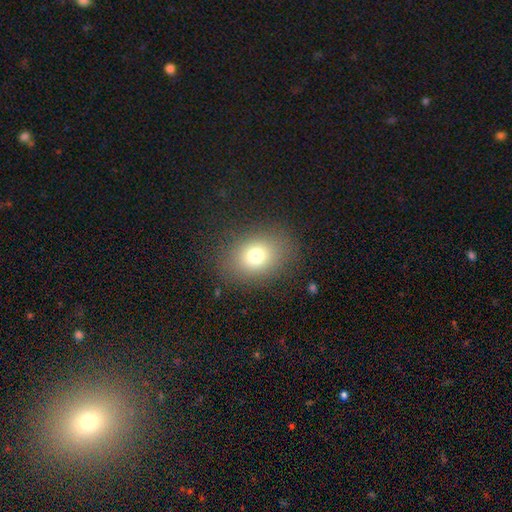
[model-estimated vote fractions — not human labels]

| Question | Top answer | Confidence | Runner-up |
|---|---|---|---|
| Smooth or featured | smooth | 75% | star or artifact (14%) |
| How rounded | in between | 53% | round (46%) |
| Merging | none | 84% | minor disturbance (10%) |